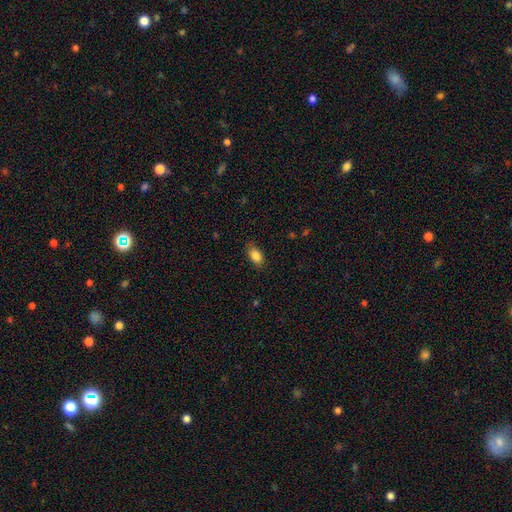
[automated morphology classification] Smooth or featured: smooth — 86% (star or artifact — 8%)
How rounded: in between — 90% (round — 7%)
Merging: none — 84% (minor disturbance — 12%)